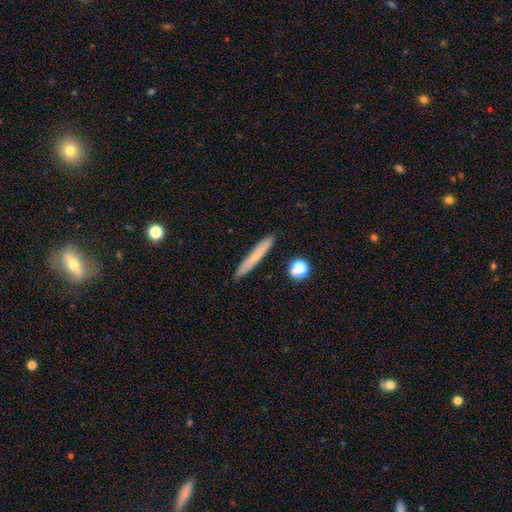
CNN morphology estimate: type=smooth (67%); roundness=cigar-shaped (95%); merging=none (90%).